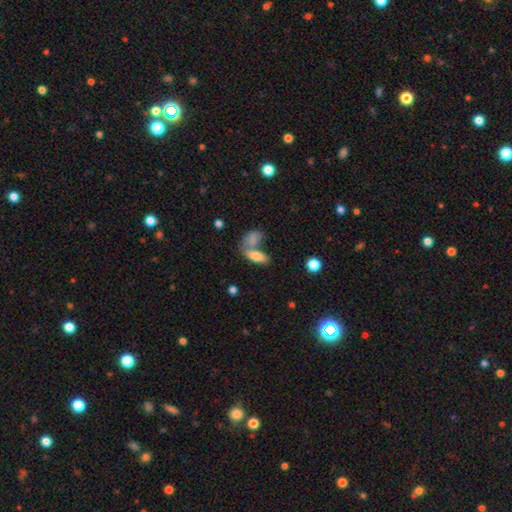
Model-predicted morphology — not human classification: smooth_or_featured: smooth (p=0.79) [alt: featured or disk p=0.13]
how_rounded: in between (p=0.86) [alt: cigar-shaped p=0.10]
merging: merger (p=0.59) [alt: none p=0.27]